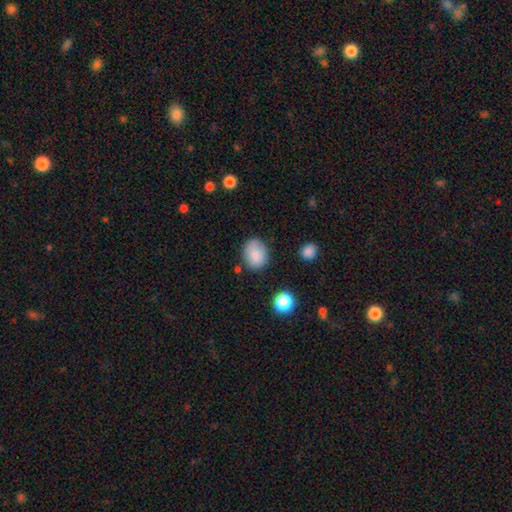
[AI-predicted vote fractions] Smooth or featured: smooth — 81% (featured or disk — 10%)
How rounded: round — 54% (in between — 45%)
Merging: none — 76% (minor disturbance — 17%)